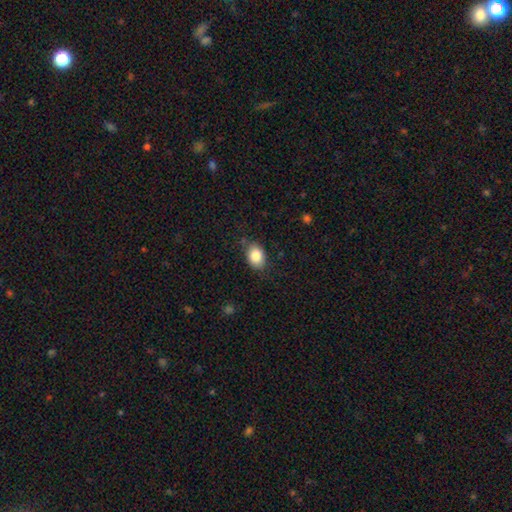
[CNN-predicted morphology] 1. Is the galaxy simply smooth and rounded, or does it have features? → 85% smooth, 8% star or artifact, 7% featured or disk.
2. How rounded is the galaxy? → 74% in between, 25% round, 1% cigar-shaped.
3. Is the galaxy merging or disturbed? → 78% none, 17% minor disturbance, 4% major disturbance, 1% merger.